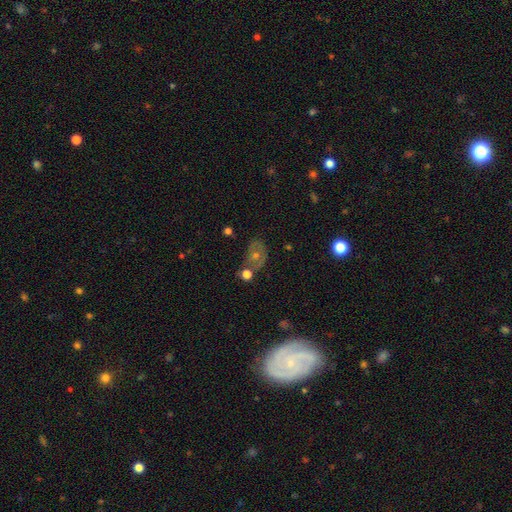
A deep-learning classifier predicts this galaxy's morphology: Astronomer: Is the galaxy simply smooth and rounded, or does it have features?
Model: featured or disk — 49% (runner-up: smooth, 32%).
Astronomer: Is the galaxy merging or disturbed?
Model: none — 55%.